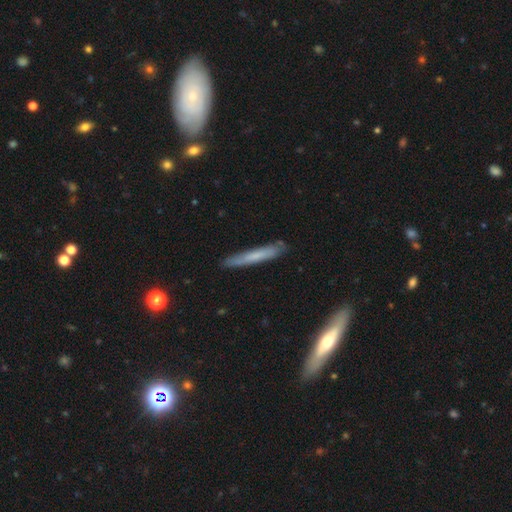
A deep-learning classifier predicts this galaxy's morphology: Smooth or featured?
  - smooth: 60% *
  - featured or disk: 34%
  - star or artifact: 7%
How rounded?
  - cigar-shaped: 95% *
  - in between: 4%
  - round: 1%
Merging?
  - none: 84% *
  - minor disturbance: 12%
  - major disturbance: 2%
  - merger: 2%